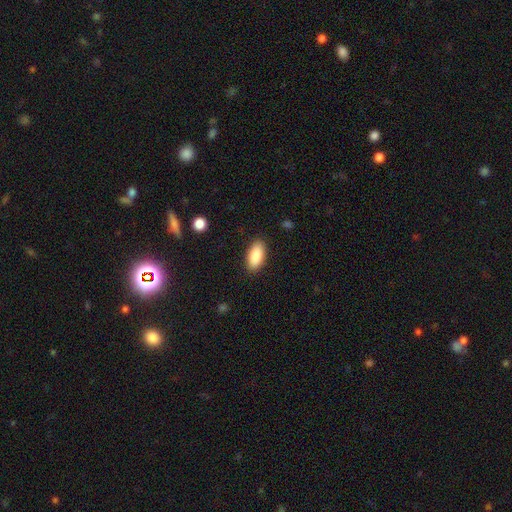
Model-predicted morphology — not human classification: Smooth or featured?
  - smooth: 88% *
  - star or artifact: 6%
  - featured or disk: 5%
How rounded?
  - in between: 91% *
  - cigar-shaped: 6%
  - round: 2%
Merging?
  - none: 88% *
  - minor disturbance: 9%
  - major disturbance: 2%
  - merger: 1%